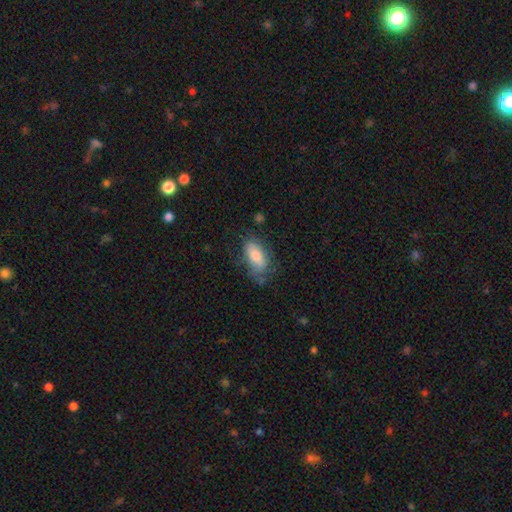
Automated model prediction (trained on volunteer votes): Smooth or featured?
  - smooth: 72% *
  - featured or disk: 21%
  - star or artifact: 7%
How rounded?
  - in between: 90% *
  - cigar-shaped: 6%
  - round: 4%
Merging?
  - none: 58% *
  - minor disturbance: 27%
  - major disturbance: 11%
  - merger: 3%